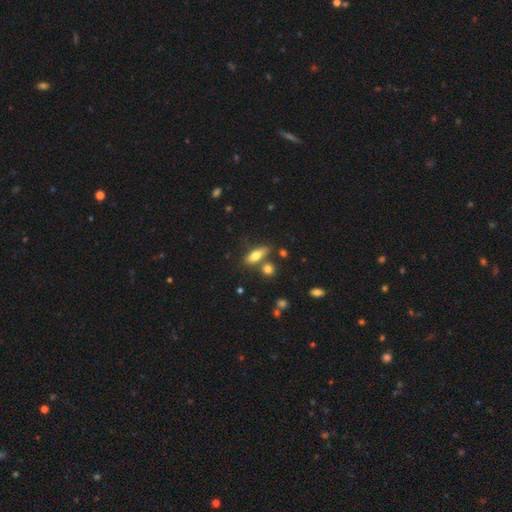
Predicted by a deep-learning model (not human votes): Smooth or featured? smooth (67%)
How rounded? in between (61%)
Merging? none (66%)